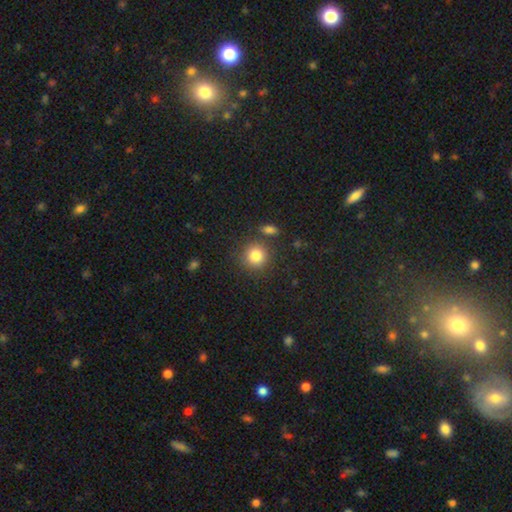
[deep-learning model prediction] Overall: smooth (83%). How rounded: round (90%). Merging: none (81%).